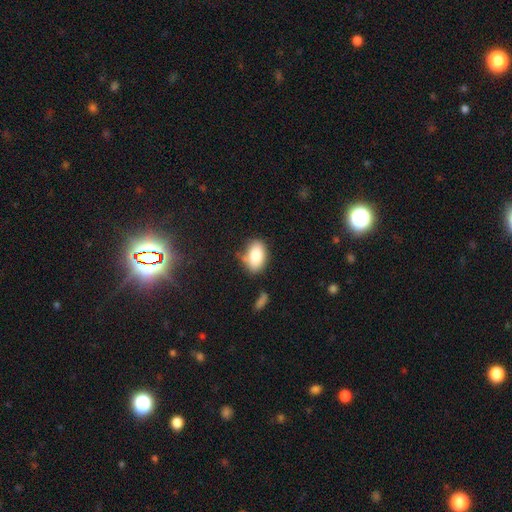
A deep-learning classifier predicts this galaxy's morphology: This appears to be a smooth galaxy with no disk features (82%) that is in between round and cigar-shaped (86%). Merging: none (70%).